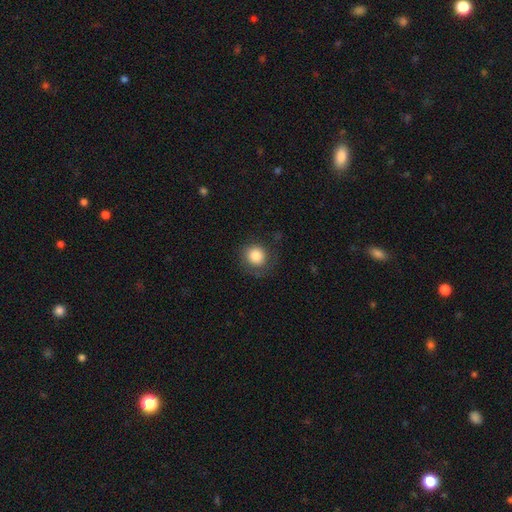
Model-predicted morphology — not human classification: smooth-or-featured: smooth: 83% | featured or disk: 9% | star or artifact: 8%
  how-rounded: round: 89% | in between: 10% | cigar-shaped: 1%
  merging: none: 74% | minor disturbance: 16% | major disturbance: 9% | merger: 1%